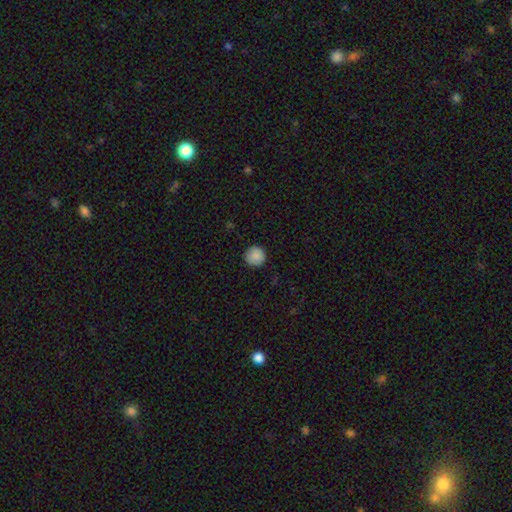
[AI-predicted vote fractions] Q: Smooth or featured?
A: smooth (88%); runner-up: star or artifact (8%)
Q: How rounded?
A: round (95%); runner-up: in between (4%)
Q: Merging?
A: none (91%); runner-up: minor disturbance (7%)